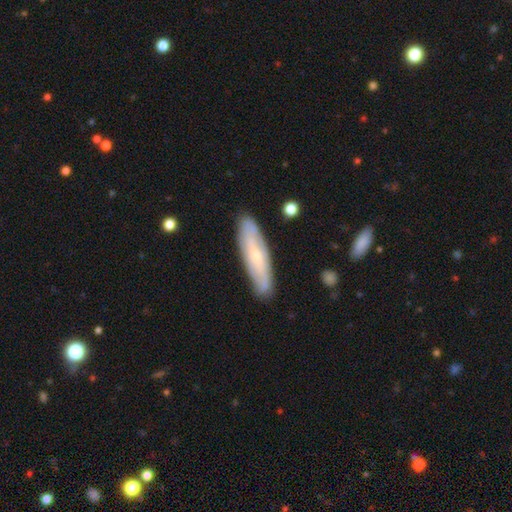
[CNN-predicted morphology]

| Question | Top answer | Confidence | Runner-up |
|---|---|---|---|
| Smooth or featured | featured or disk | 56% | smooth (38%) |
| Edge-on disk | no | 63% | yes (37%) |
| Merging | none | 84% | minor disturbance (12%) |